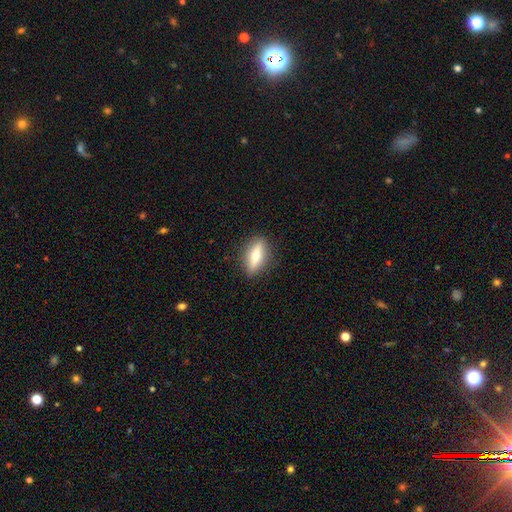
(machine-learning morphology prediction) Overall: smooth (66%; featured or disk 27%). How rounded: in between (52%; cigar-shaped 44%). Merging: none (87%).